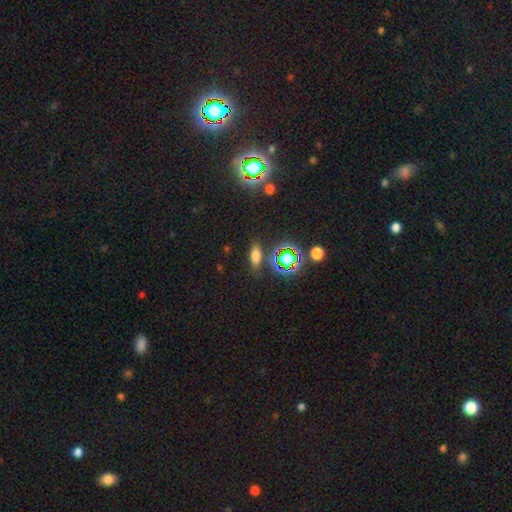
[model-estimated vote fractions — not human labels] Overall: smooth (63%; star or artifact 25%). How rounded: in between (67%). Merging: none (80%).